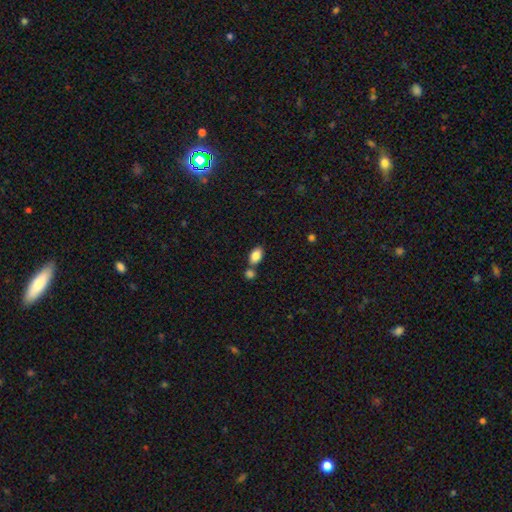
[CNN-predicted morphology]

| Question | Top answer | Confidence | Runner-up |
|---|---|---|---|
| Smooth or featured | smooth | 85% | star or artifact (8%) |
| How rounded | in between | 91% | round (7%) |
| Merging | none | 62% | merger (24%) |